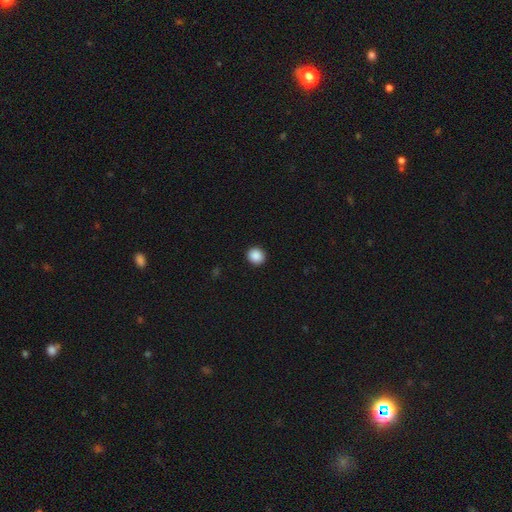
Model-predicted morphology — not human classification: Smooth or featured?
  - smooth: 89% *
  - star or artifact: 9%
  - featured or disk: 2%
How rounded?
  - round: 87% *
  - in between: 12%
  - cigar-shaped: 1%
Merging?
  - none: 92% *
  - minor disturbance: 5%
  - major disturbance: 2%
  - merger: 1%